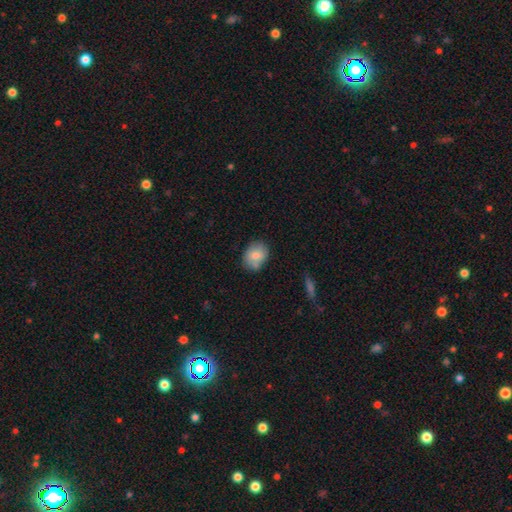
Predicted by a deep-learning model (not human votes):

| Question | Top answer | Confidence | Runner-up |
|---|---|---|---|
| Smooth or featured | smooth | 78% | featured or disk (14%) |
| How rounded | in between | 52% | round (47%) |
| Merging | none | 67% | minor disturbance (20%) |